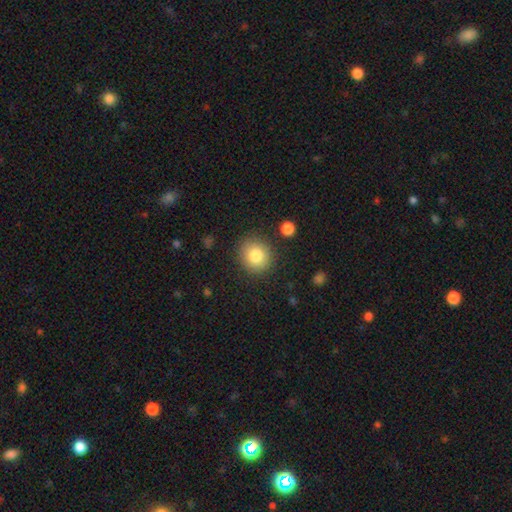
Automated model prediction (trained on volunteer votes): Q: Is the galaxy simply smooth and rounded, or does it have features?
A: smooth — 82%.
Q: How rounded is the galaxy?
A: round — 85%.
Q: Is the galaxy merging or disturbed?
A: none — 86%.